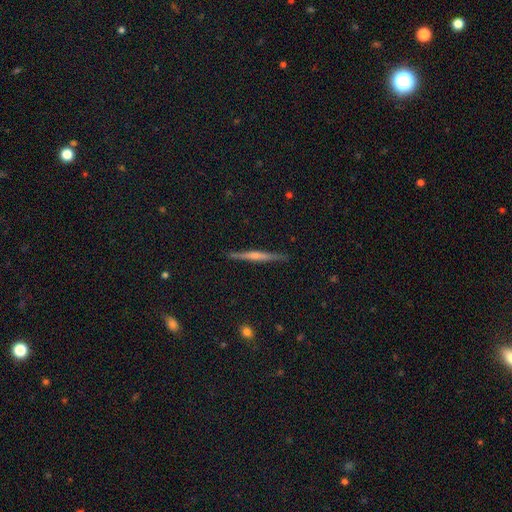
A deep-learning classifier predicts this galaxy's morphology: smooth-or-featured: featured or disk: 61% | smooth: 32% | star or artifact: 7%
  disk-edge-on: yes: 98% | no: 2%
    edge-on-bulge: rounded: 47% | none: 35% | boxy: 18%
  merging: none: 90% | minor disturbance: 7% | major disturbance: 1% | merger: 1%